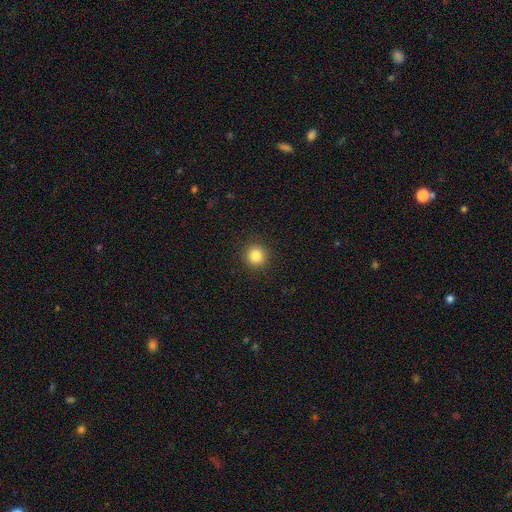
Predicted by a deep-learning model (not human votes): smooth 84%, star or artifact 11%, featured or disk 5%. Down the decision tree: how rounded — round (94%); merging — none (92%).